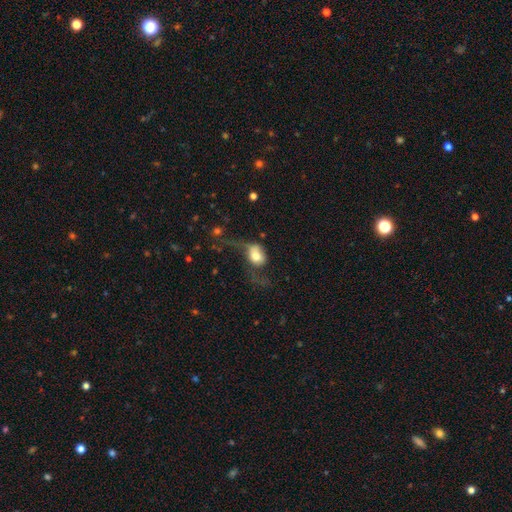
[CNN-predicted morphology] smooth-or-featured: smooth: 65% | featured or disk: 27% | star or artifact: 8%
  how-rounded: in between: 56% | round: 42% | cigar-shaped: 2%
  merging: major disturbance: 57% | none: 19% | minor disturbance: 17% | merger: 7%